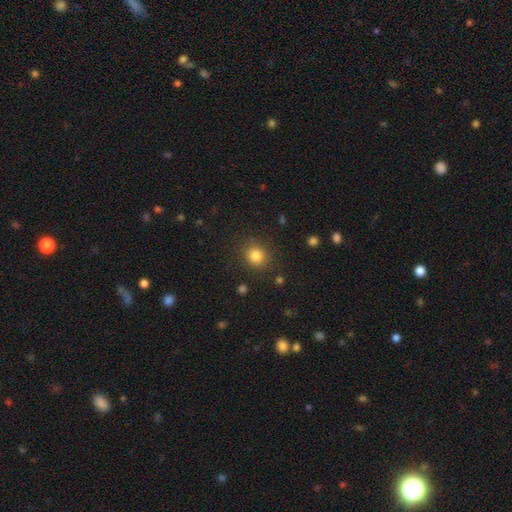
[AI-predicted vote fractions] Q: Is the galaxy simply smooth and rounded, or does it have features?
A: smooth — 83%.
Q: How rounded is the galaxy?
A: round — 86%.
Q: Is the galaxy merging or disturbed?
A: none — 86%.